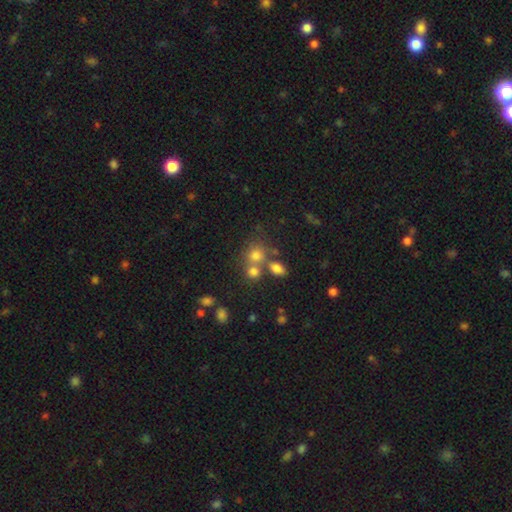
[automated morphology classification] A smooth galaxy with no disk features (72%) that is round (73%). Merging: none (49%).